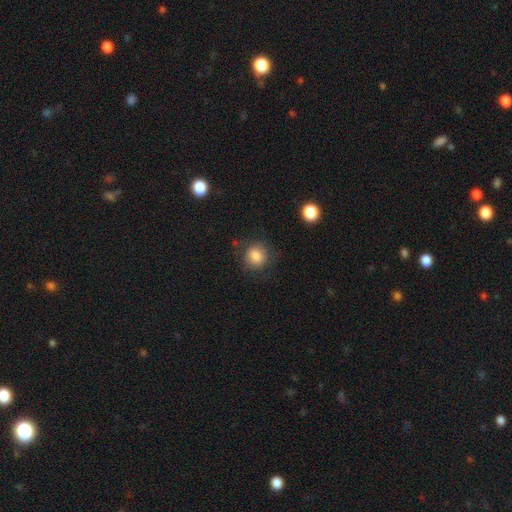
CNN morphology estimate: A smooth galaxy with no disk features (84%) that is round (78%). Merging: none (78%).